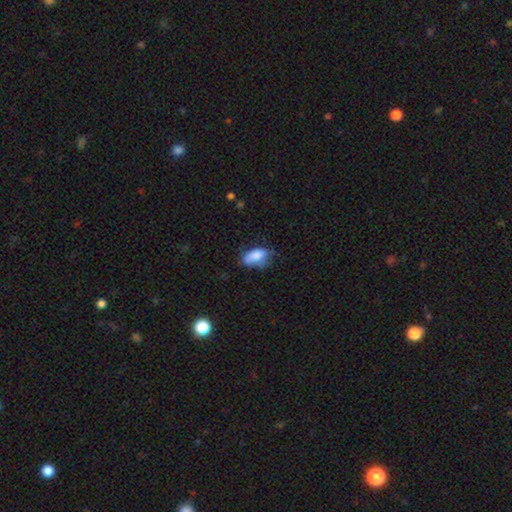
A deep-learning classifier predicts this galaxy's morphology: This appears to be a smooth galaxy with no disk features (81%) that is in between round and cigar-shaped (91%). Merging: none (46%).